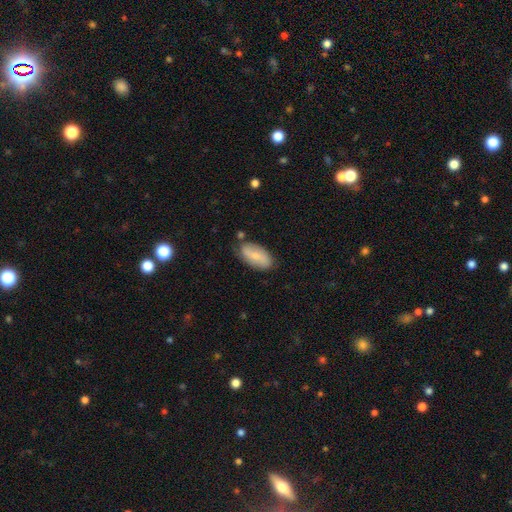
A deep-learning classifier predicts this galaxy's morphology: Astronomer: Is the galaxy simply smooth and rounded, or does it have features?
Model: smooth — 62%.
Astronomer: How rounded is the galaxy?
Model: in between — 89%.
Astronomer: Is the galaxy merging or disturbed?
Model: none — 75%.